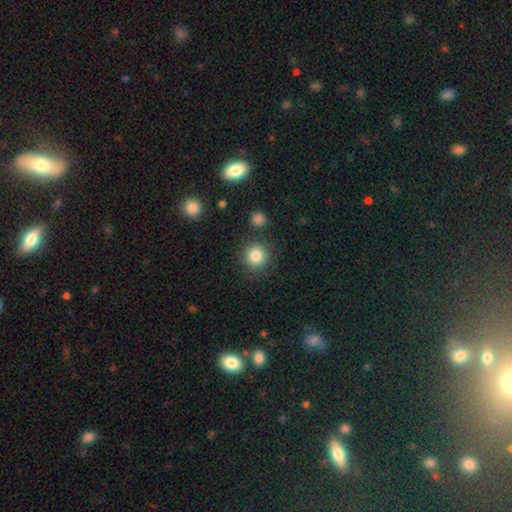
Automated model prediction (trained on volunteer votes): The model was most divided on "smooth or featured": smooth: 84%, star or artifact: 11%, featured or disk: 6%. More confident: how rounded — round (93%); merging — none (85%).